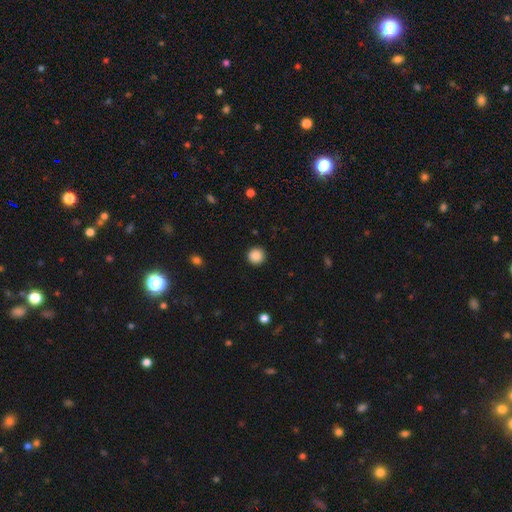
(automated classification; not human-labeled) The model was most divided on "smooth or featured": smooth: 88%, star or artifact: 9%, featured or disk: 3%. More confident: how rounded — round (95%); merging — none (92%).